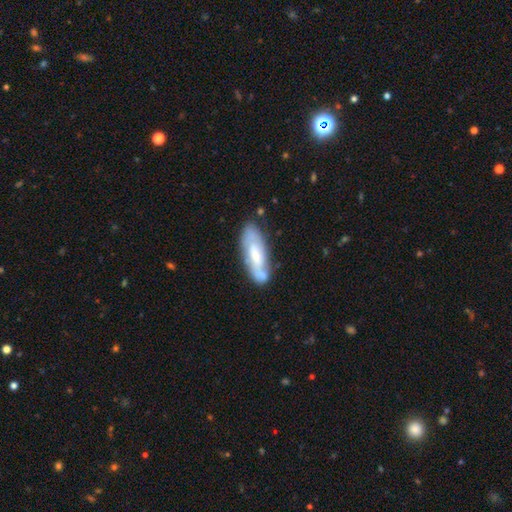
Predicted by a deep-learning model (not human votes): This is possibly a featured or disk galaxy (56%). It is clearly not viewed edge-on (80%). Merging: likely none (69%).